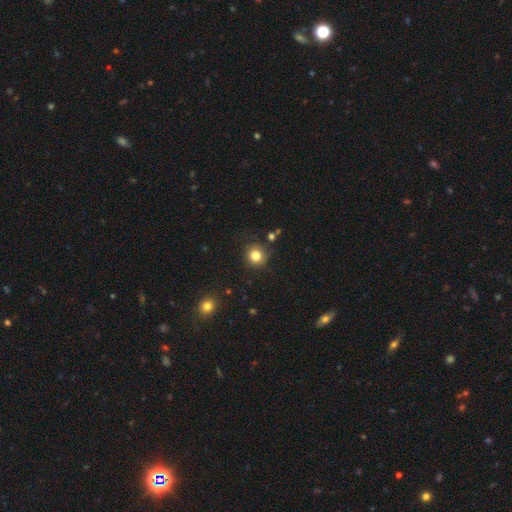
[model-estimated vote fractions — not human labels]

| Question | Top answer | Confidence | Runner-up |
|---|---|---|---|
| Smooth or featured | smooth | 81% | star or artifact (13%) |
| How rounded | round | 91% | in between (8%) |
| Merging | none | 86% | minor disturbance (9%) |